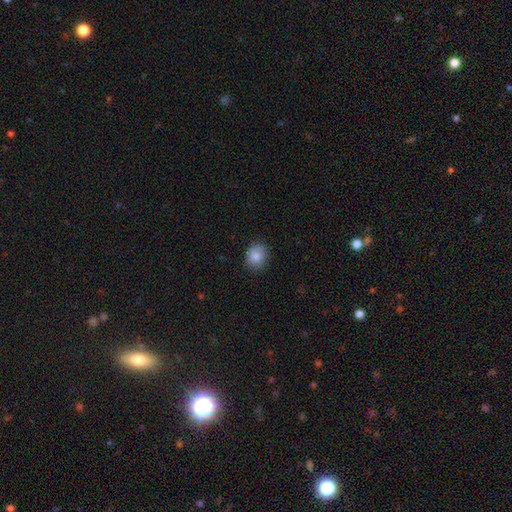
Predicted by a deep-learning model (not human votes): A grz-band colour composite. It shows a smooth galaxy with no disk features (85%) that is round (60%). Merging: none (84%).